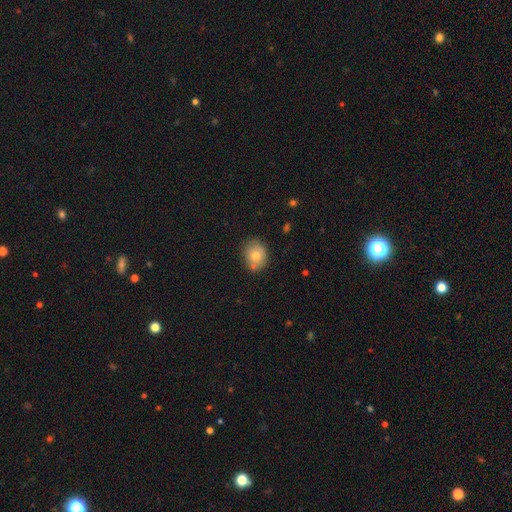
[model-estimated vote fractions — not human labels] Q: Smooth or featured?
A: smooth (74%); runner-up: featured or disk (17%)
Q: How rounded?
A: round (54%); runner-up: in between (45%)
Q: Merging?
A: none (69%); runner-up: minor disturbance (17%)